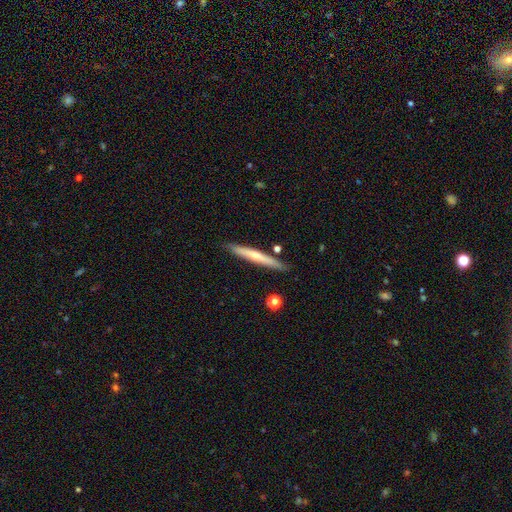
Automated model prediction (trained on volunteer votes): A featured or disk galaxy (48%). Merging: none (87%).